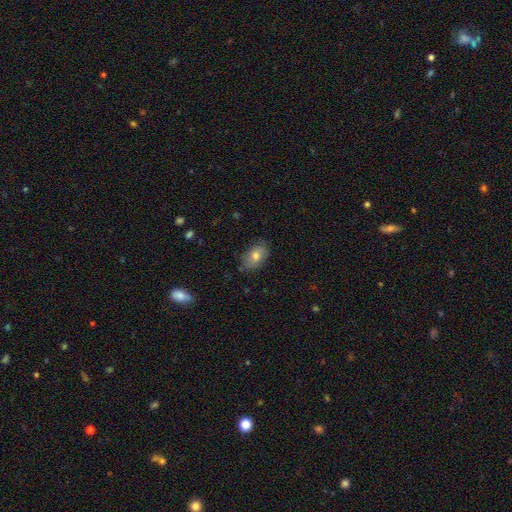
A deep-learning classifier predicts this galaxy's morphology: smooth-or-featured: smooth: 76% | featured or disk: 15% | star or artifact: 8%
  how-rounded: in between: 87% | round: 11% | cigar-shaped: 2%
  merging: none: 81% | minor disturbance: 15% | major disturbance: 3% | merger: 1%